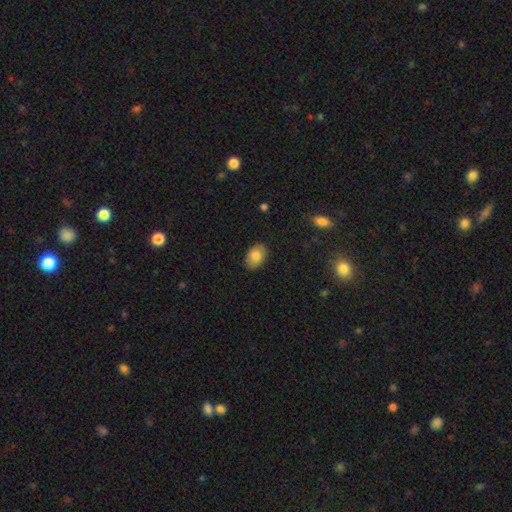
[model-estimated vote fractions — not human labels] This is clearly a smooth galaxy (82%). How rounded: clearly in between (84%). Merging: clearly none (83%).